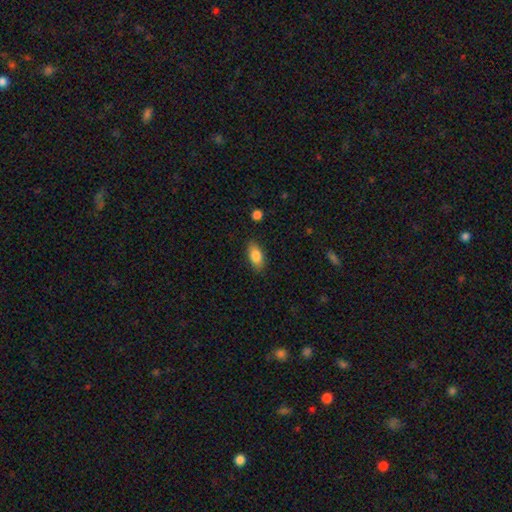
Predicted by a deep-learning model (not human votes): A smooth galaxy with no disk features (85%) that is in between round and cigar-shaped (88%).

Vote fractions:
- Smooth or featured? smooth: 85% / featured or disk: 8% / star or artifact: 7%
- How rounded? in between: 88% / cigar-shaped: 8% / round: 4%
- Merging? none: 84% / minor disturbance: 12% / major disturbance: 3% / merger: 1%